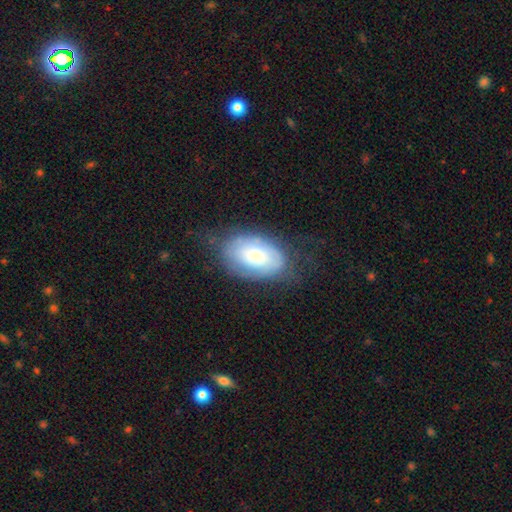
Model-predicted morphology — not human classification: This is possibly a smooth galaxy (54%). How rounded: clearly in between (90%). Merging: possibly none (59%).